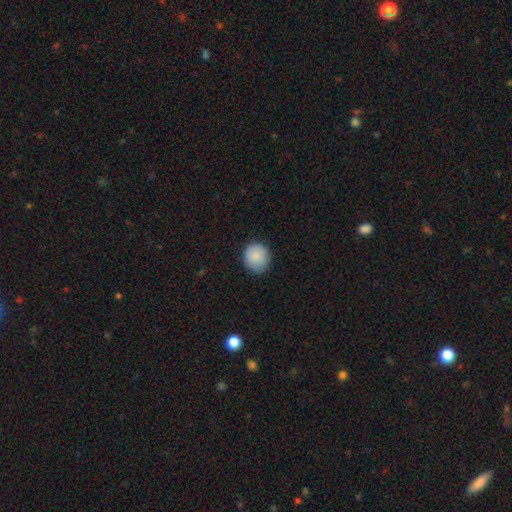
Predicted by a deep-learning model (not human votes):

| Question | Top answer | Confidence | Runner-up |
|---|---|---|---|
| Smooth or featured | smooth | 86% | star or artifact (7%) |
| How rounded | round | 84% | in between (16%) |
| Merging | none | 79% | minor disturbance (17%) |